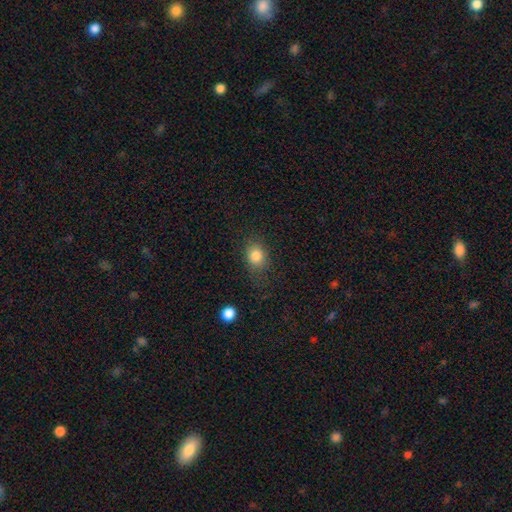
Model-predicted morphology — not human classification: The model was most divided on "how rounded": round: 52%, in between: 47%, cigar-shaped: 1%. More confident: smooth or featured — smooth (83%); merging — none (75%).